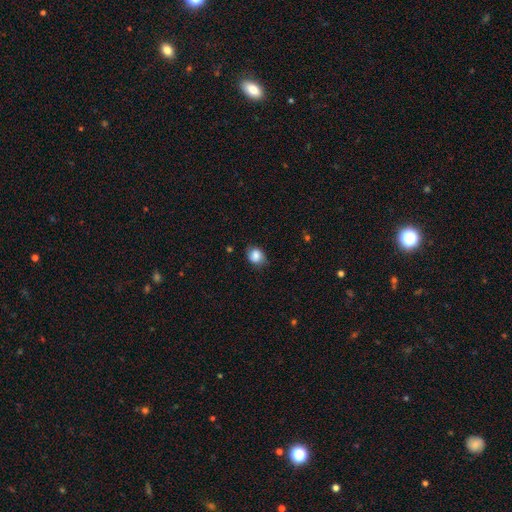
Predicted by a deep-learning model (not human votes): Smooth or featured? smooth (79%)
How rounded? round (51%)
Merging? none (69%)